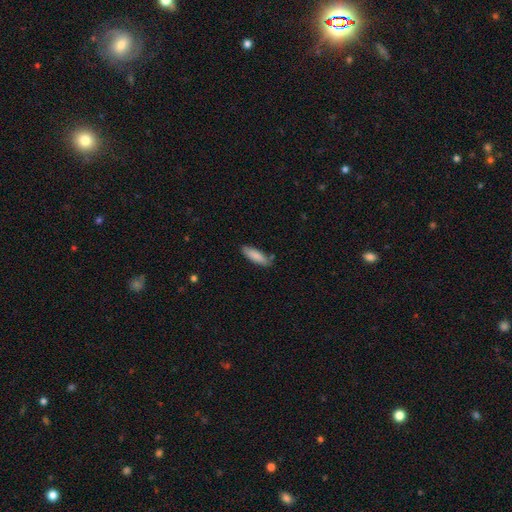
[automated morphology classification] Overall: smooth (86%). How rounded: cigar-shaped (49%, tied with in between). Merging: none (80%).